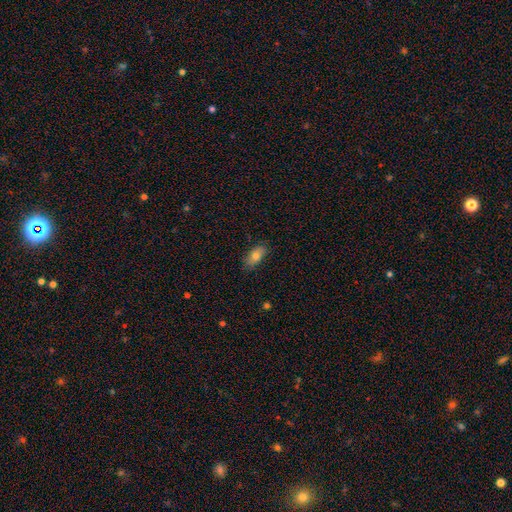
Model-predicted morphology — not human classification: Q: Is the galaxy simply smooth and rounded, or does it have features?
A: smooth — 79%.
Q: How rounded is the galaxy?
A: in between — 89%.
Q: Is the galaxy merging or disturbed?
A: none — 81%.